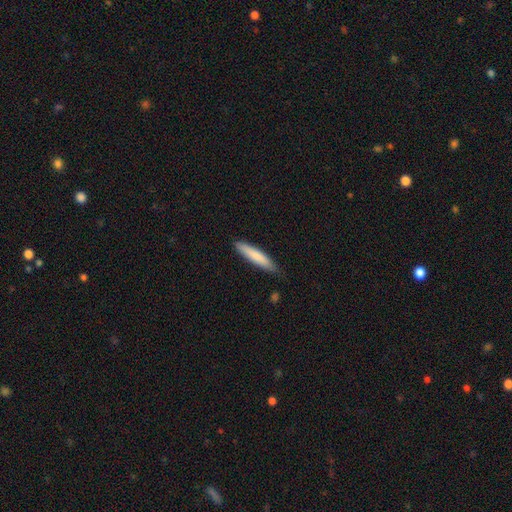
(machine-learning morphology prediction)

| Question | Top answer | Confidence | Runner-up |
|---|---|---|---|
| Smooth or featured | smooth | 80% | featured or disk (15%) |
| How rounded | cigar-shaped | 87% | in between (12%) |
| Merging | none | 82% | minor disturbance (15%) |